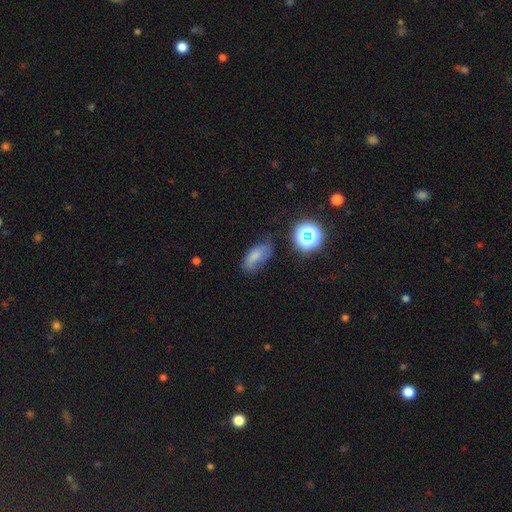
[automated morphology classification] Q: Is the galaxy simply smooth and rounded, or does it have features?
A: smooth — 63%.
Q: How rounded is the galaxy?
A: in between — 85%.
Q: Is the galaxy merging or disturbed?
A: none — 54%.